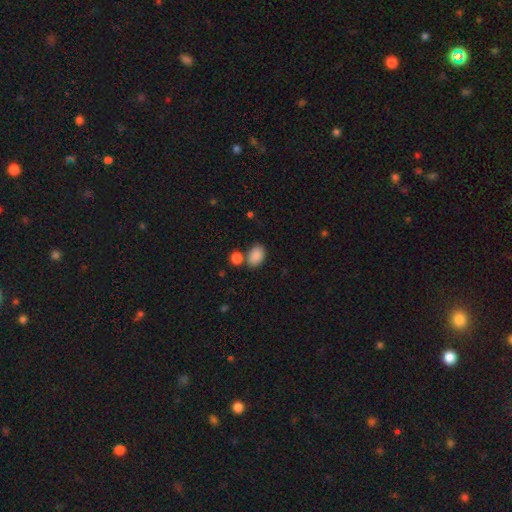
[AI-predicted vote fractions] This appears to be a smooth galaxy with no disk features (87%) that is in between round and cigar-shaped (85%). Merging: none (65%).